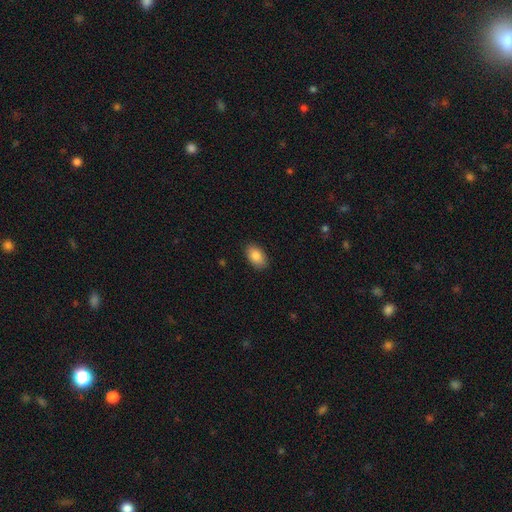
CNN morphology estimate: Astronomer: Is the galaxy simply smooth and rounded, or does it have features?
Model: smooth — 86%.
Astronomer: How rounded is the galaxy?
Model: in between — 92%.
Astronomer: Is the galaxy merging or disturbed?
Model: none — 88%.